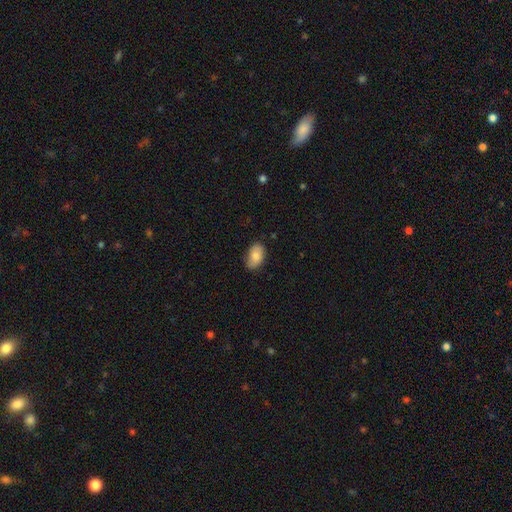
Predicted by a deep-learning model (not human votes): A smooth galaxy with no disk features (82%) that is in between round and cigar-shaped (90%). Merging: none (75%).